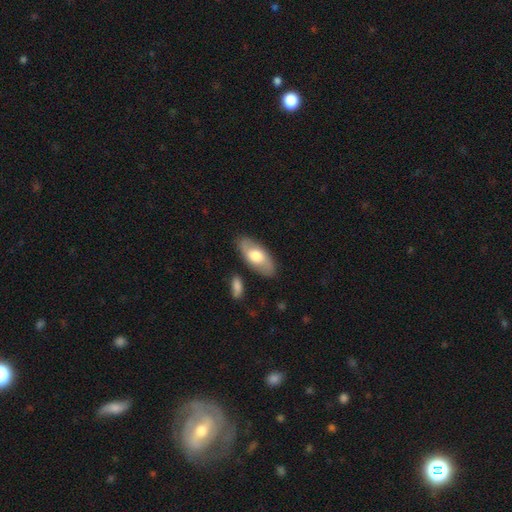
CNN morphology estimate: A smooth galaxy with no disk features (59%) that is in between round and cigar-shaped (88%). Merging: none (83%).